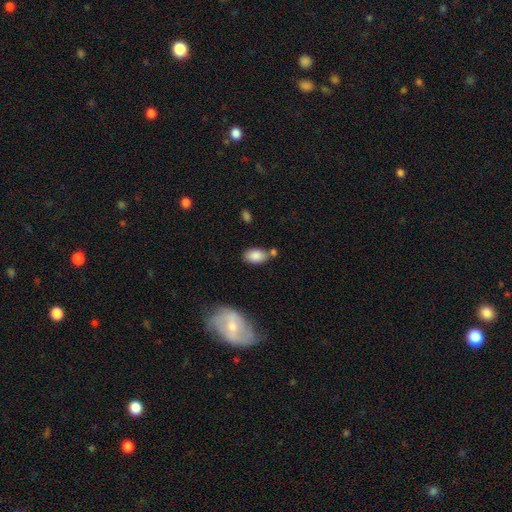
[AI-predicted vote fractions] Q: Smooth or featured?
A: smooth (85%); runner-up: star or artifact (7%)
Q: How rounded?
A: in between (91%); runner-up: round (7%)
Q: Merging?
A: none (65%); runner-up: minor disturbance (17%)